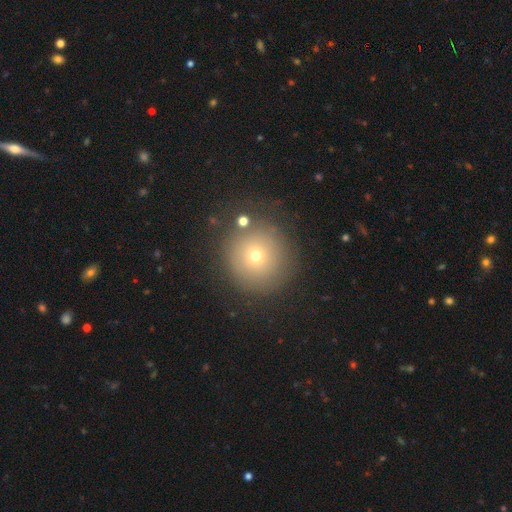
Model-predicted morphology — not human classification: Smooth or featured? smooth (67%)
How rounded? round (95%)
Merging? none (80%)